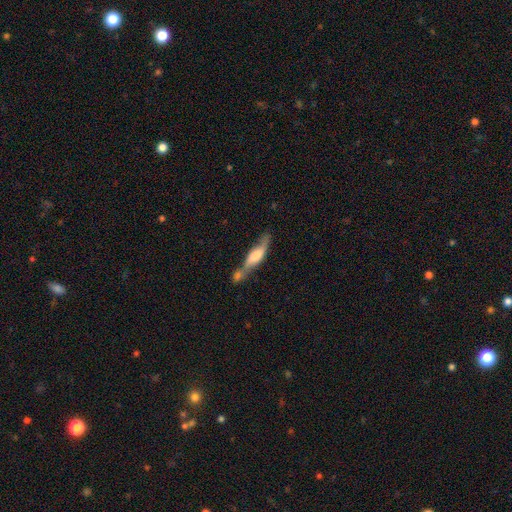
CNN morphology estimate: type=featured or disk (48%); merging=merger (46%).